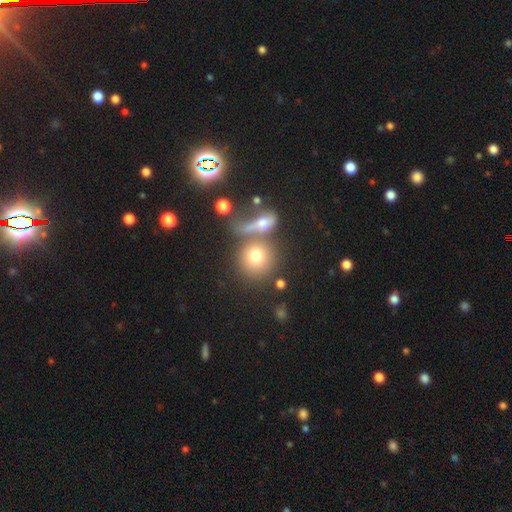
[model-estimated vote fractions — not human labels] The model was most divided on "merging": none: 44%, merger: 37%, minor disturbance: 10%, major disturbance: 8%. More confident: how rounded — round (83%); smooth or featured — smooth (72%).